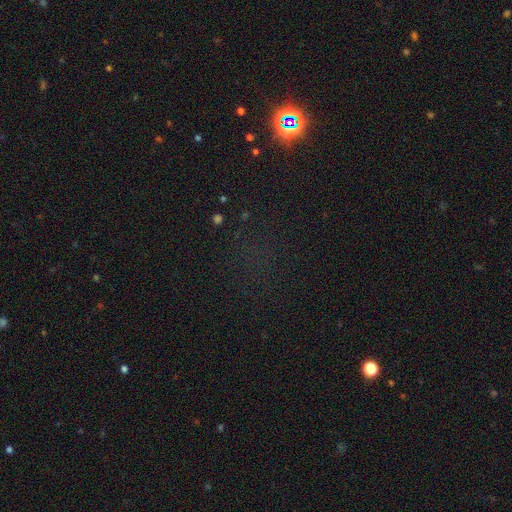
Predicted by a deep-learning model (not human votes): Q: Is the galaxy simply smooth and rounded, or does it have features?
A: star or artifact — 73%.